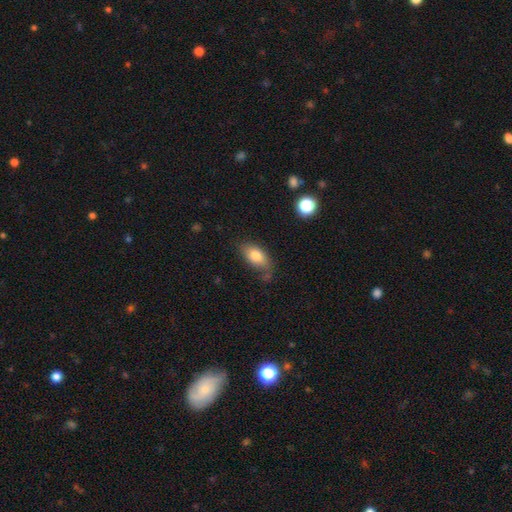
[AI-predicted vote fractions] This appears to be a smooth galaxy with no disk features (78%) that is in between round and cigar-shaped (90%). Merging: none (58%).